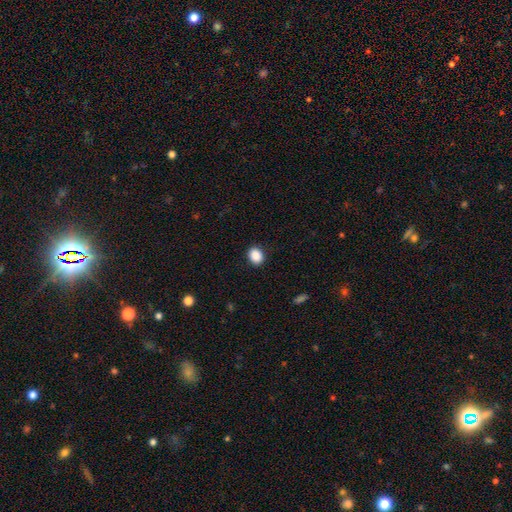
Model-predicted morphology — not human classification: Smooth or featured? Predicted: smooth (p=0.89). How rounded? Predicted: round (p=0.50). Merging? Predicted: none (p=0.90).